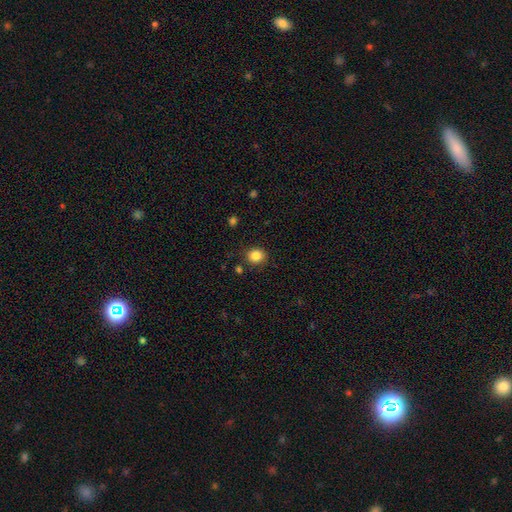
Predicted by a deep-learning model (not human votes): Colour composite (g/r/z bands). It shows a smooth galaxy with no disk features (84%) that is round (76%). Merging: none (86%).